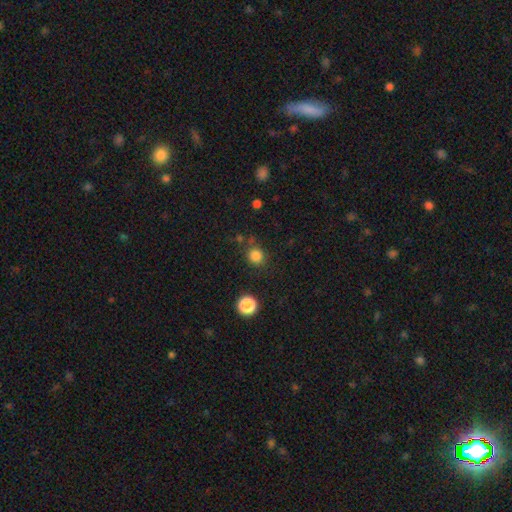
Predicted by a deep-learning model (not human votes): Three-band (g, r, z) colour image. It shows a smooth galaxy with no disk features (82%) that is round (88%). Merging: none (79%).